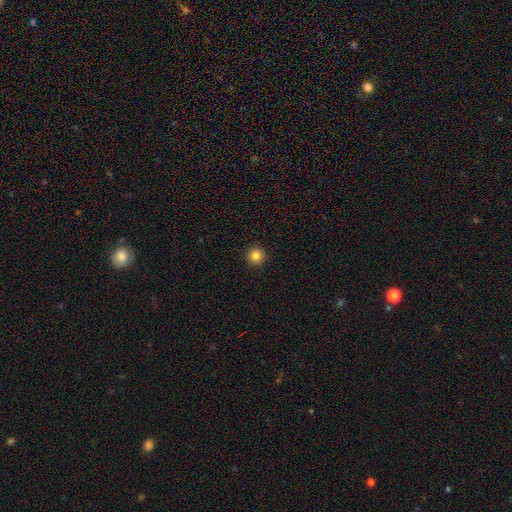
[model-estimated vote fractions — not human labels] Q: Smooth or featured?
A: smooth (84%); runner-up: star or artifact (11%)
Q: How rounded?
A: round (96%); runner-up: in between (3%)
Q: Merging?
A: none (93%); runner-up: minor disturbance (4%)